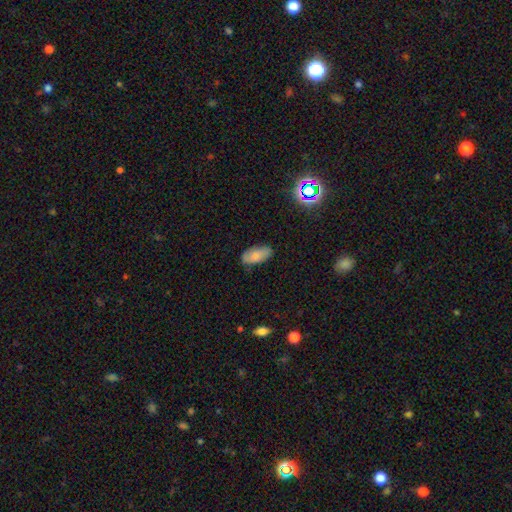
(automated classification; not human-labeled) This appears to be a smooth galaxy with no disk features (76%) that is in between round and cigar-shaped (92%). Merging: none (77%).